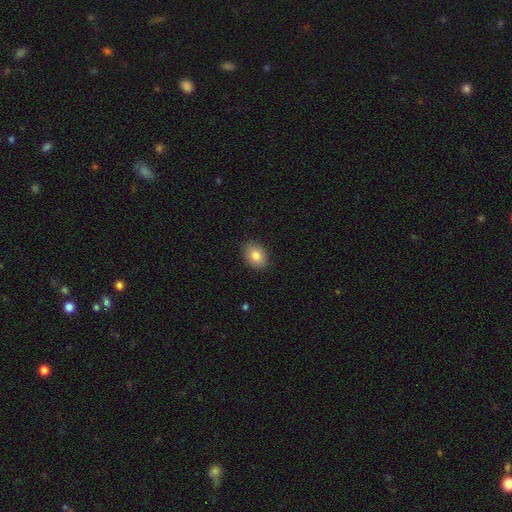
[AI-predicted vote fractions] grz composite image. It shows a smooth galaxy with no disk features (84%) that is in between round and cigar-shaped (71%). Merging: none (88%).